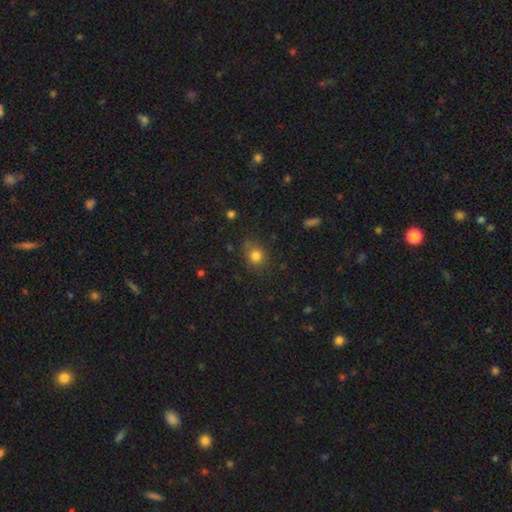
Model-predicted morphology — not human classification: smooth-or-featured: smooth: 80% | star or artifact: 13% | featured or disk: 7%
  how-rounded: round: 64% | in between: 35% | cigar-shaped: 1%
  merging: none: 76% | minor disturbance: 17% | major disturbance: 5% | merger: 2%